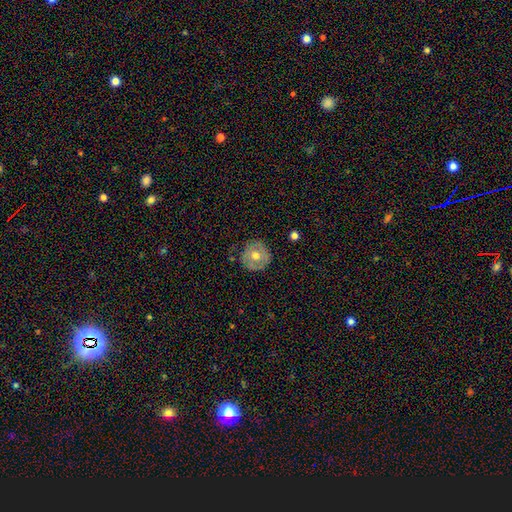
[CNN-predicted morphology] The model was most divided on "smooth or featured": smooth: 54%, featured or disk: 38%, star or artifact: 8%. More confident: how rounded — round (94%); merging — none (81%).